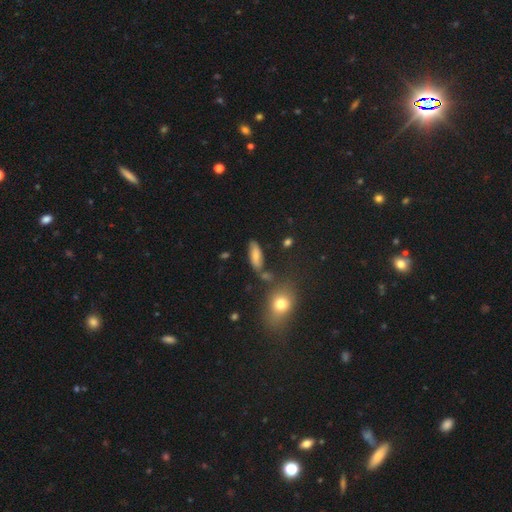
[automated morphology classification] This is likely a smooth galaxy (70%). How rounded: likely in between (66%). Merging: likely none (71%).